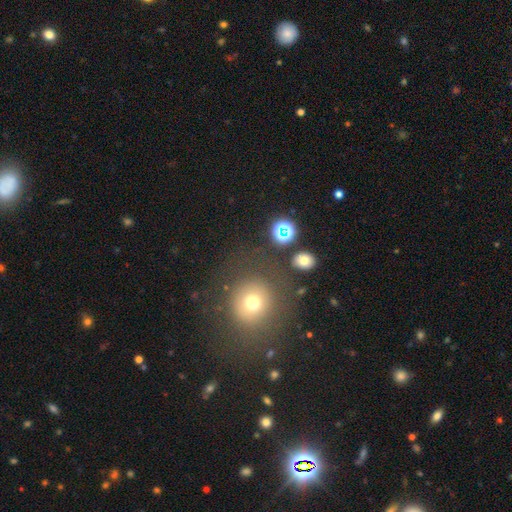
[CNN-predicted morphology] Overall: smooth (52%; star or artifact 35%). How rounded: round (86%). Merging: none (84%).